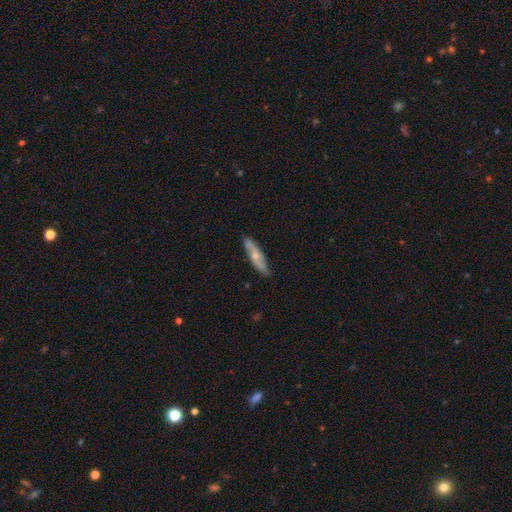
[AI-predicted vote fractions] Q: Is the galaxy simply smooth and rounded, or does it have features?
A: featured or disk — 49%.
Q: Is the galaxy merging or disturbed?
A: none — 82%.